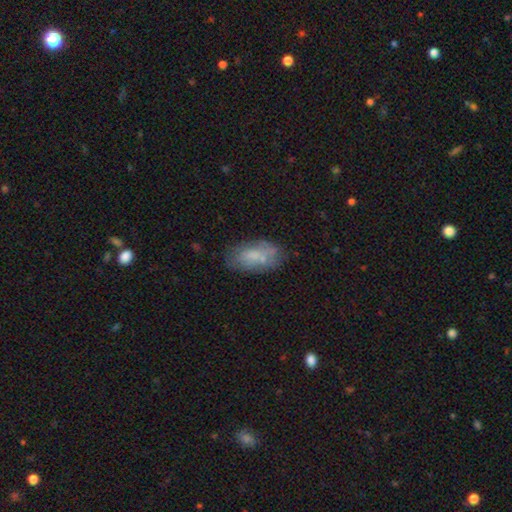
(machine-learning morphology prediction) Smooth or featured?
  - smooth: 63% *
  - featured or disk: 29%
  - star or artifact: 8%
How rounded?
  - in between: 92% *
  - cigar-shaped: 4%
  - round: 4%
Merging?
  - none: 61% *
  - minor disturbance: 23%
  - major disturbance: 8%
  - merger: 8%